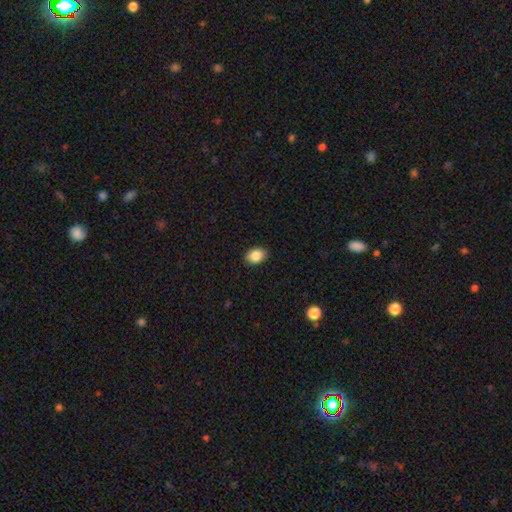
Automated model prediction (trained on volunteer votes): Smooth or featured: smooth — 87% (star or artifact — 8%)
How rounded: in between — 72% (round — 27%)
Merging: none — 89% (minor disturbance — 9%)